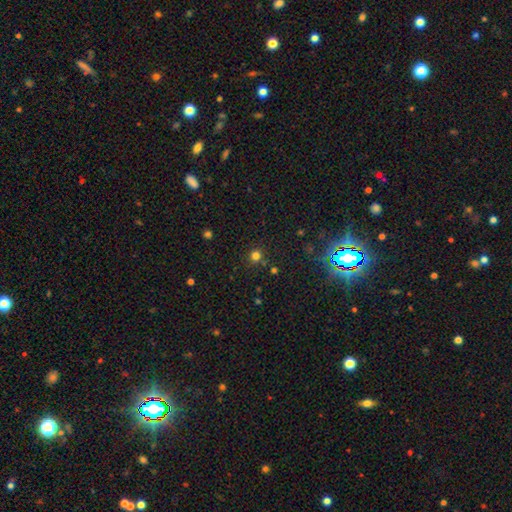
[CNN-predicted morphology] This appears to be a smooth galaxy with no disk features (75%) that is round (92%). Merging: none (85%).